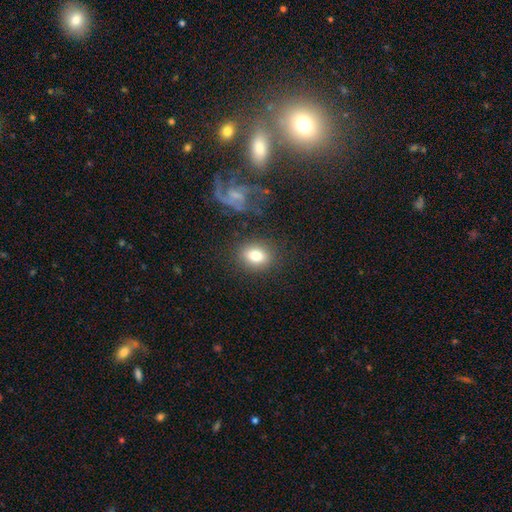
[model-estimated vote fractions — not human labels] Q: Smooth or featured?
A: smooth (79%); runner-up: featured or disk (12%)
Q: How rounded?
A: in between (55%); runner-up: round (44%)
Q: Merging?
A: none (81%); runner-up: minor disturbance (11%)